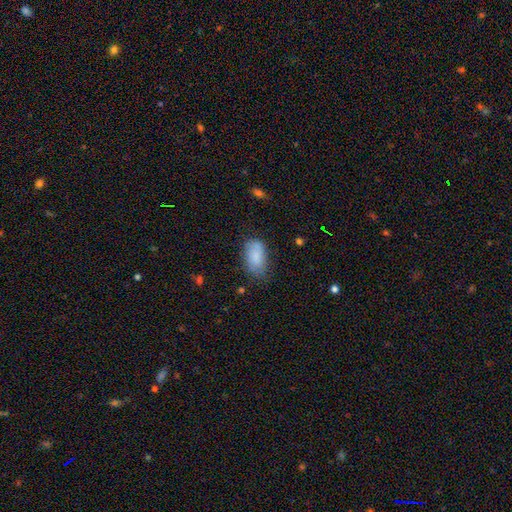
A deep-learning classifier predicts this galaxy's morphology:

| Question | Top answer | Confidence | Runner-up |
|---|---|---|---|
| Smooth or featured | smooth | 80% | featured or disk (13%) |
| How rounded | in between | 93% | round (5%) |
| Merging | none | 61% | minor disturbance (28%) |